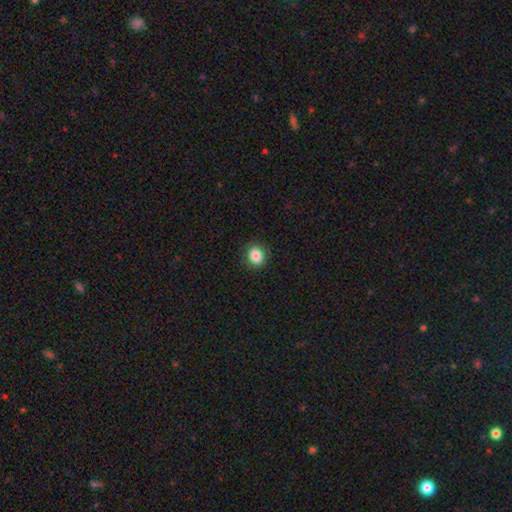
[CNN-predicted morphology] A smooth galaxy with no disk features (85%) that is round (72%).

Vote fractions:
- Smooth or featured? smooth: 85% / star or artifact: 9% / featured or disk: 5%
- How rounded? round: 72% / in between: 27% / cigar-shaped: 1%
- Merging? none: 89% / minor disturbance: 8% / major disturbance: 2% / merger: 1%